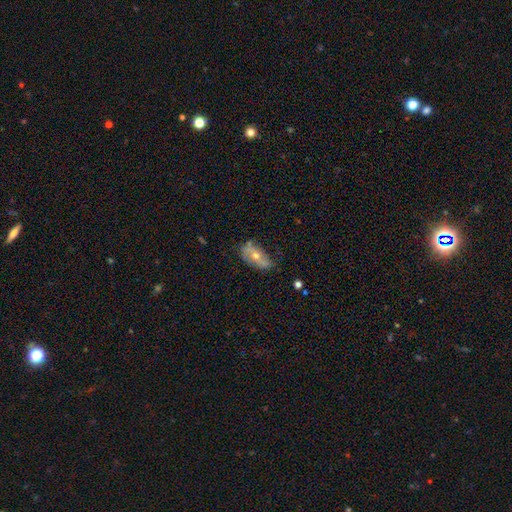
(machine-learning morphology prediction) smooth-or-featured: featured or disk: 52% | smooth: 38% | star or artifact: 10%
  disk-edge-on: no: 84% | yes: 16%
  merging: none: 59% | minor disturbance: 30% | major disturbance: 9% | merger: 2%